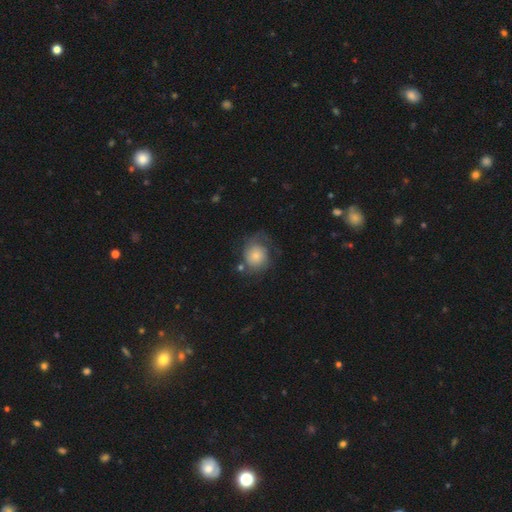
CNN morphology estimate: A smooth galaxy with no disk features (50%) that is round (74%). Merging: none (50%).